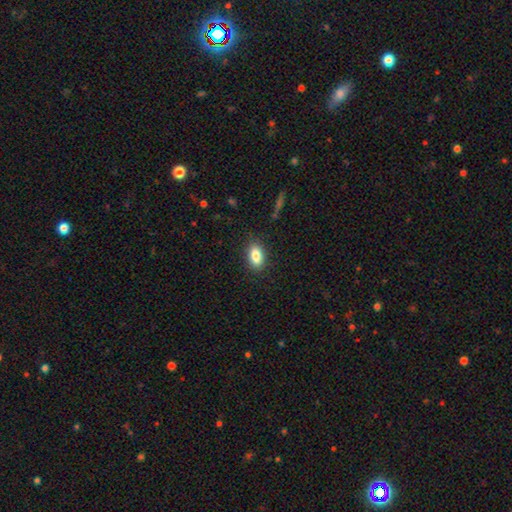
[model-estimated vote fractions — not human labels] Smooth or featured? Predicted: smooth (p=0.85). How rounded? Predicted: in between (p=0.88). Merging? Predicted: none (p=0.85).